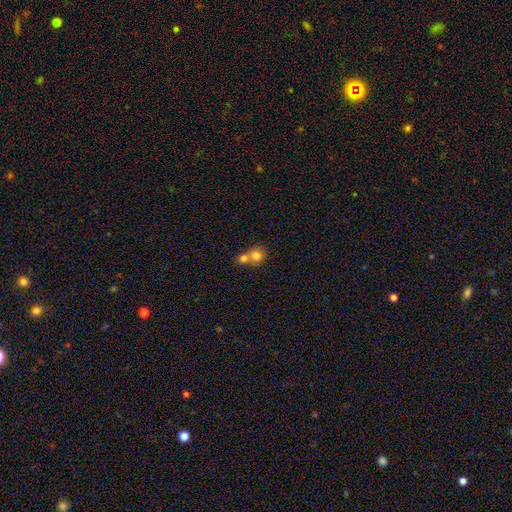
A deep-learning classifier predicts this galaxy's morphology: This is likely a smooth galaxy (76%). How rounded: likely round (80%). Merging: likely merger (61%).